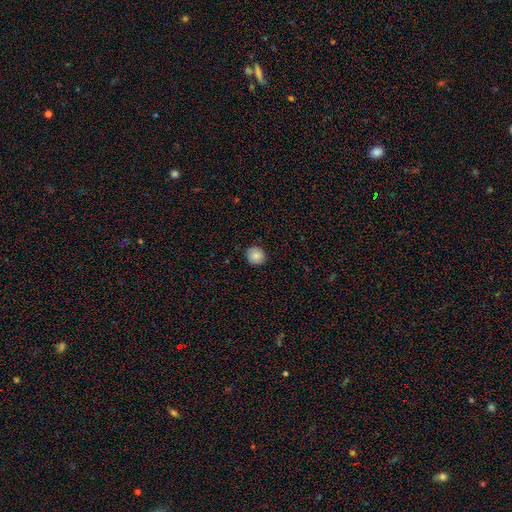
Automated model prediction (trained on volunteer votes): smooth 86%, star or artifact 8%, featured or disk 6%. Down the decision tree: how rounded — round (91%); merging — none (89%).